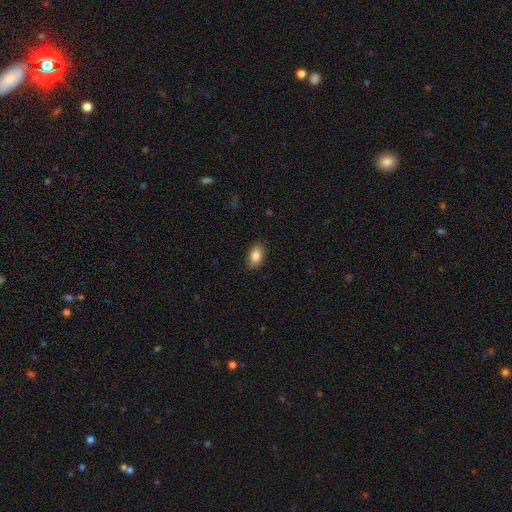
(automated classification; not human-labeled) Smooth or featured? Predicted: smooth (p=0.86). How rounded? Predicted: in between (p=0.91). Merging? Predicted: none (p=0.87).